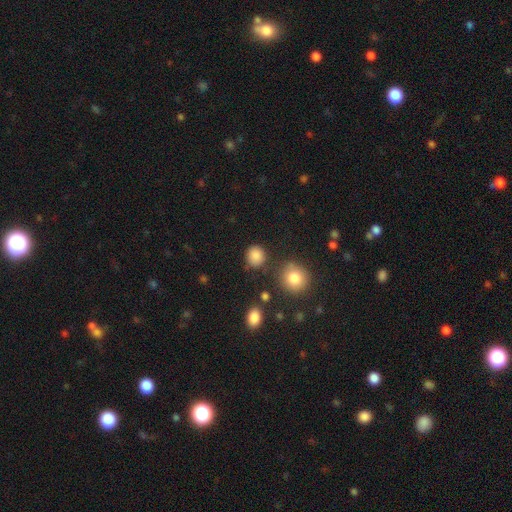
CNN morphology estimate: Smooth or featured? Predicted: smooth (p=0.86). How rounded? Predicted: round (p=0.83). Merging? Predicted: none (p=0.81).